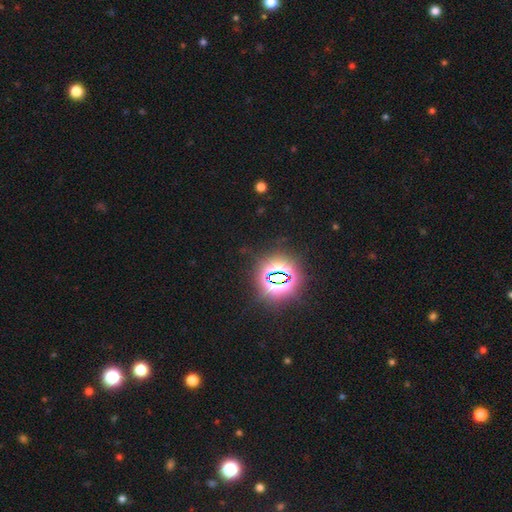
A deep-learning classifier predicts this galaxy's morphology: Smooth or featured: star or artifact — 82% (smooth — 11%)